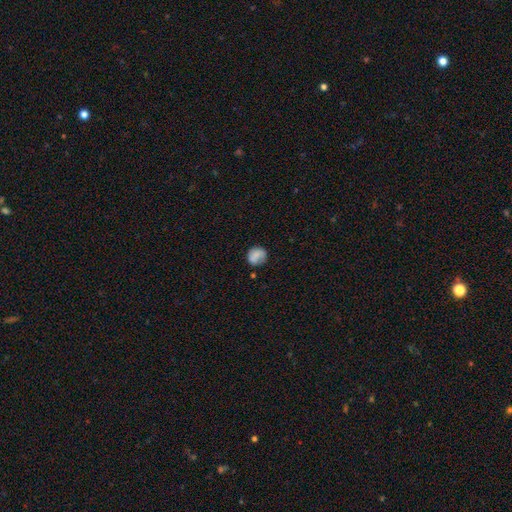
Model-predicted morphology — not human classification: smooth-or-featured: smooth: 75% | featured or disk: 16% | star or artifact: 9%
  how-rounded: round: 81% | in between: 18% | cigar-shaped: 1%
  merging: none: 65% | minor disturbance: 23% | major disturbance: 8% | merger: 4%